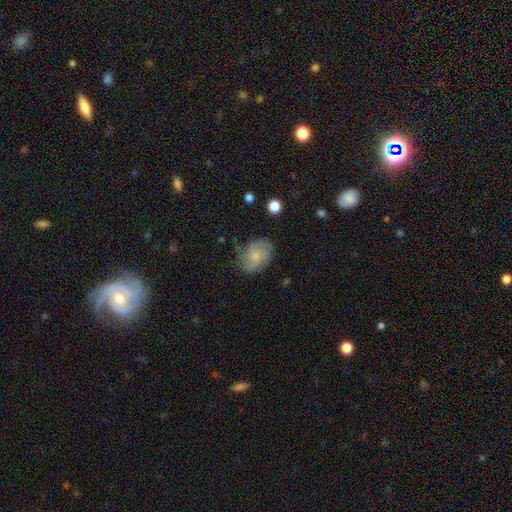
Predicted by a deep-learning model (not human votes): smooth_or_featured: smooth (p=0.52) [alt: featured or disk p=0.39]
how_rounded: in between (p=0.66) [alt: round p=0.33]
merging: none (p=0.67) [alt: minor disturbance p=0.23]